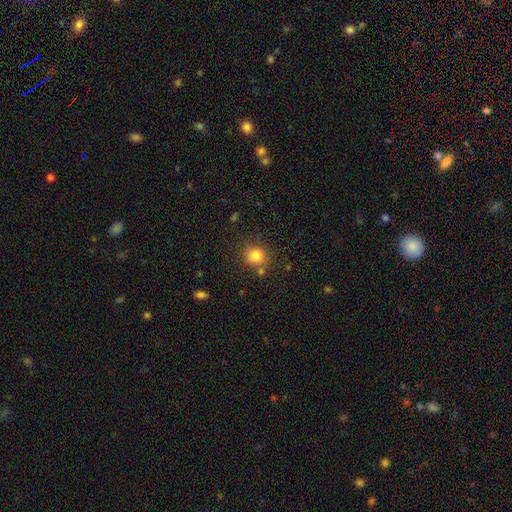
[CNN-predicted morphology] type=smooth (83%); roundness=round (85%); merging=none (76%).